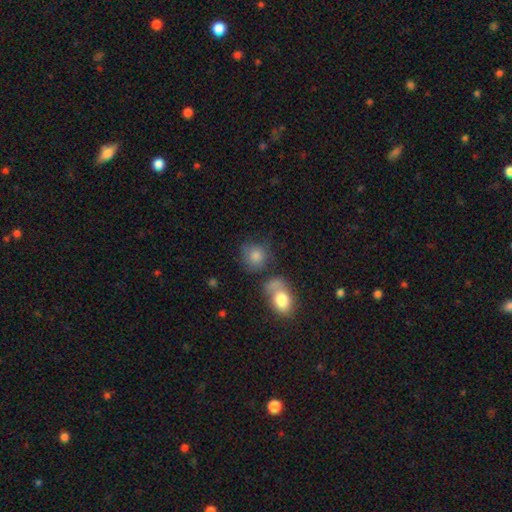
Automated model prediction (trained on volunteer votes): This is likely a smooth galaxy (79%). How rounded: likely round (73%). Merging: possibly none (51%).